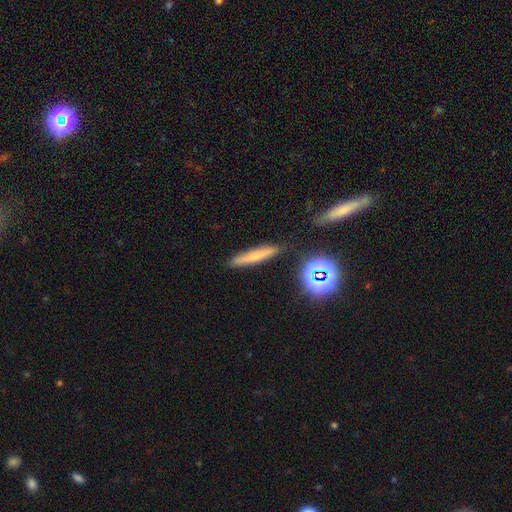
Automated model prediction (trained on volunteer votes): The model was most divided on "smooth or featured": smooth: 64%, featured or disk: 22%, star or artifact: 14%. More confident: how rounded — cigar-shaped (89%); merging — none (86%).